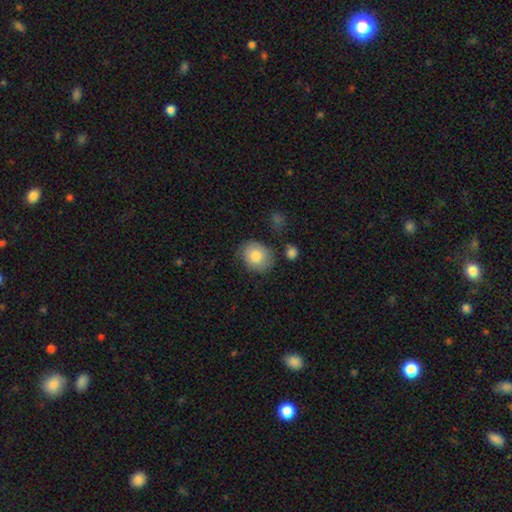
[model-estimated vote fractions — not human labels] Overall: smooth (81%). How rounded: round (61%; in between 38%). Merging: none (71%).